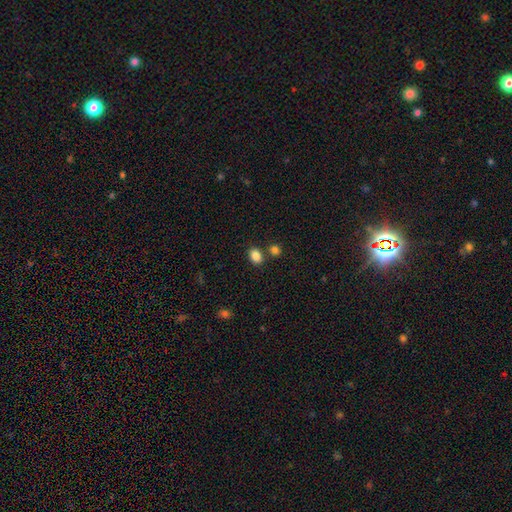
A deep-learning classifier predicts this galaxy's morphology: The model was most divided on "how rounded": in between: 64%, round: 35%, cigar-shaped: 1%. More confident: smooth or featured — smooth (86%); merging — none (74%).